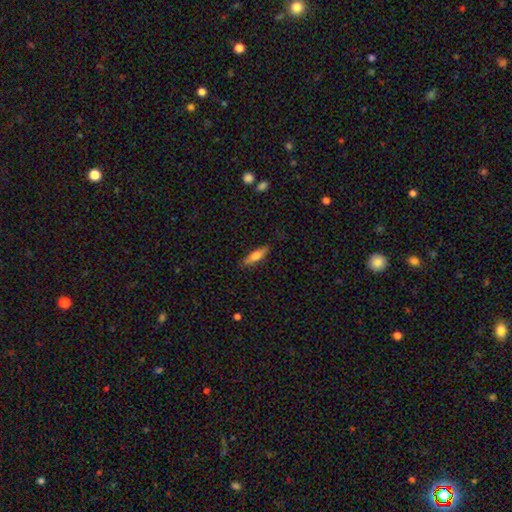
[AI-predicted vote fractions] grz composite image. It shows a smooth galaxy with no disk features (63%) that is cigar-shaped (68%). Merging: none (83%).